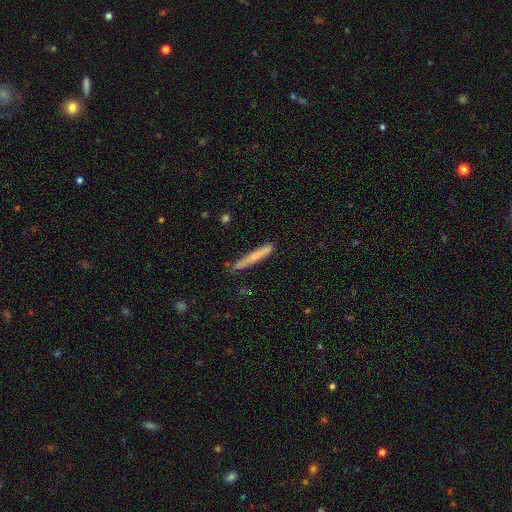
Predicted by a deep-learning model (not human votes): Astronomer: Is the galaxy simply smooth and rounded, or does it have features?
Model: smooth — 67%.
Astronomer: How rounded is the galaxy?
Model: cigar-shaped — 96%.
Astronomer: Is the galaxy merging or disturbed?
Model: none — 82%.